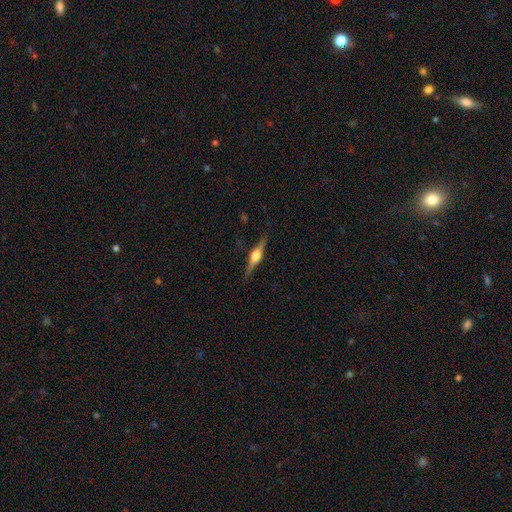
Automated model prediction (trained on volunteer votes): Smooth or featured? featured or disk (76%)
Edge-on disk? yes (98%)
Edge-on bulge? rounded (92%)
Merging? none (88%)